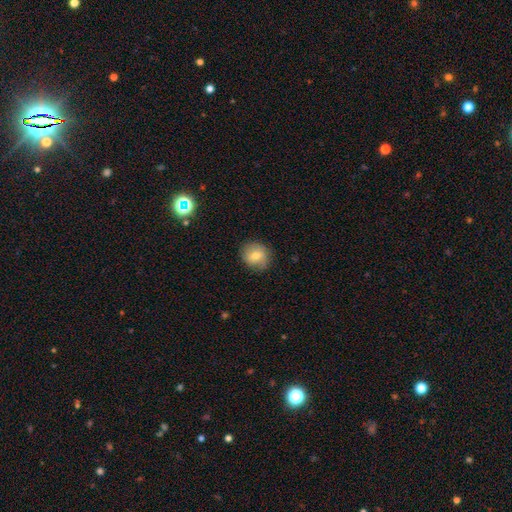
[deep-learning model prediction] smooth_or_featured: smooth (p=0.73) [alt: featured or disk p=0.18]
how_rounded: round (p=0.77) [alt: in between p=0.22]
merging: none (p=0.84) [alt: minor disturbance p=0.12]